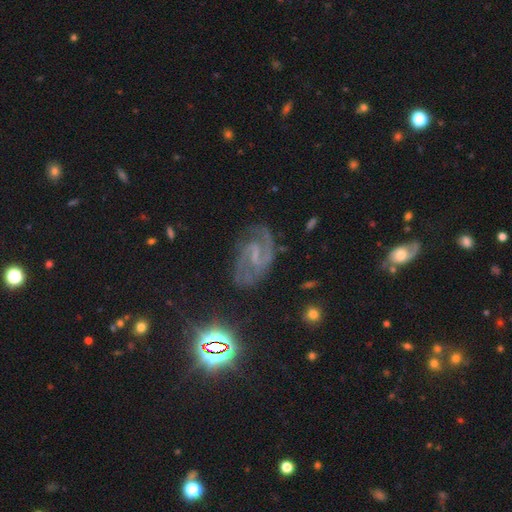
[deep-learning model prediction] Smooth or featured: featured or disk — 83% (star or artifact — 11%)
Edge-on disk: no — 97% (yes — 3%)
Bar: weak — 51% (strong — 29%)
Spiral arms: yes — 97% (no — 3%)
Spiral winding: medium — 55% (tight — 27%)
Spiral arm count: 2 — 85% (can't tell — 5%)
Bulge size: small — 52% (none — 31%)
Merging: none — 73% (minor disturbance — 17%)